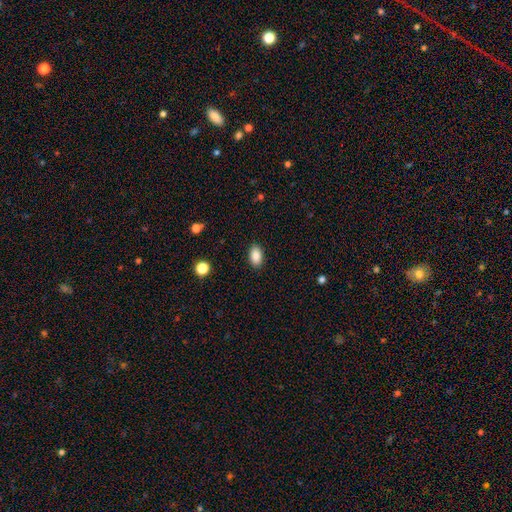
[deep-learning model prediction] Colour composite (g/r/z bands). It shows a smooth galaxy with no disk features (86%) that is in between round and cigar-shaped (91%). Merging: none (89%).